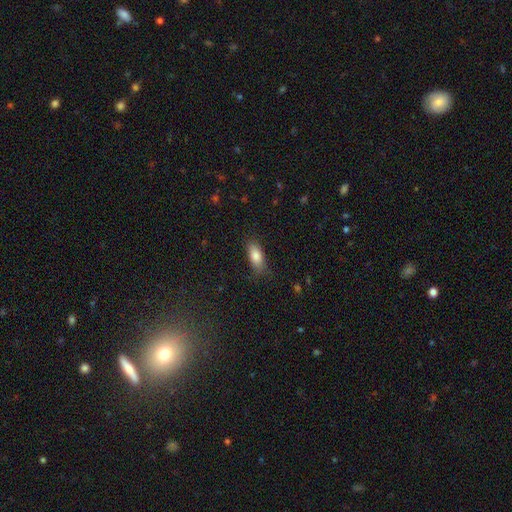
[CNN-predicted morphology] The model was most divided on "merging": none: 77%, minor disturbance: 17%, major disturbance: 5%, merger: 1%. More confident: how rounded — in between (84%); smooth or featured — smooth (83%).